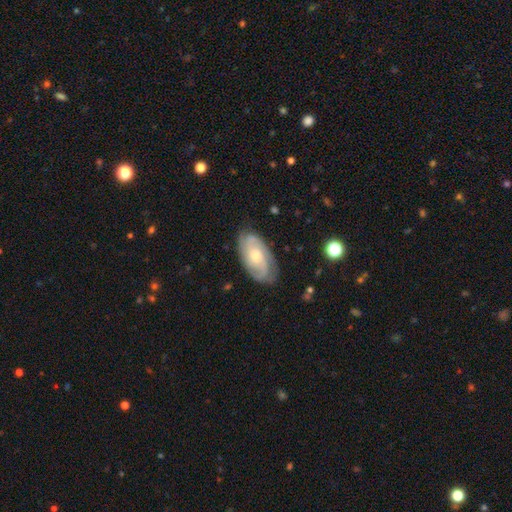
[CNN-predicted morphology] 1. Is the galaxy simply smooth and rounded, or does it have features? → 76% featured or disk, 19% smooth, 6% star or artifact.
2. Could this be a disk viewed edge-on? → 94% no, 6% yes.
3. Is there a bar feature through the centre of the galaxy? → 73% no, 23% weak, 4% strong.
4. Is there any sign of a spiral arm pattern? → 93% yes, 7% no.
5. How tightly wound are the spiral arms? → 57% tight, 34% medium, 10% loose.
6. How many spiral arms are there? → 35% 2, 29% can't tell, 22% 3, 6% 4, 4% 1, 4% more than 4.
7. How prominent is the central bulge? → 51% moderate, 44% small, 3% large, 2% none, 1% dominant.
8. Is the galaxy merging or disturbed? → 78% none, 17% minor disturbance, 4% major disturbance, 1% merger.